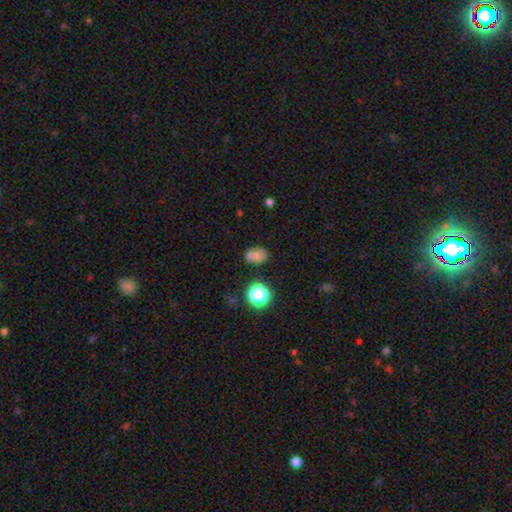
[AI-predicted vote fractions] A smooth galaxy with no disk features (70%) that is in between round and cigar-shaped (70%).

Vote fractions:
- Smooth or featured? smooth: 70% / star or artifact: 18% / featured or disk: 13%
- How rounded? in between: 70% / round: 28% / cigar-shaped: 1%
- Merging? none: 65% / minor disturbance: 20% / merger: 8% / major disturbance: 6%